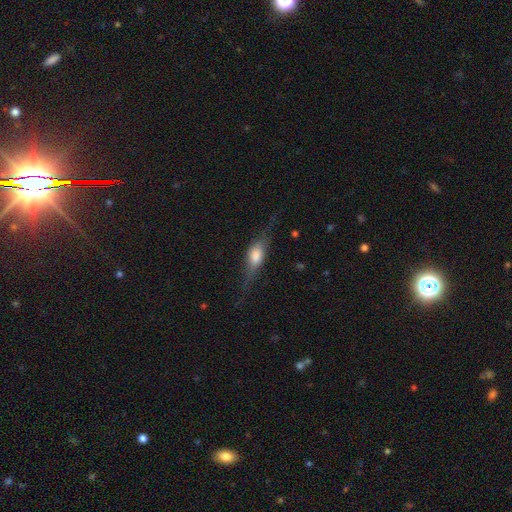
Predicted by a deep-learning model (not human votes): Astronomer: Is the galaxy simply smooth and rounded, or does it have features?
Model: featured or disk — 48% (runner-up: smooth, 44%).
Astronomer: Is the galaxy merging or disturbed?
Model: none — 63%.